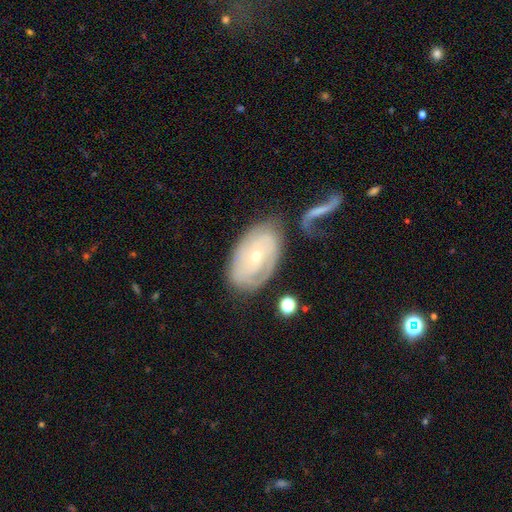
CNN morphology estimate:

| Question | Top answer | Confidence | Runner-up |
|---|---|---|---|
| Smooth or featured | featured or disk | 73% | smooth (20%) |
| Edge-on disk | no | 94% | yes (6%) |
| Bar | no | 71% | weak (22%) |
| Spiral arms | yes | 83% | no (17%) |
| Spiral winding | tight | 63% | medium (26%) |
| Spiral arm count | can't tell | 39% | 2 (34%) |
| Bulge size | small | 65% | moderate (32%) |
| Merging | none | 58% | minor disturbance (21%) |